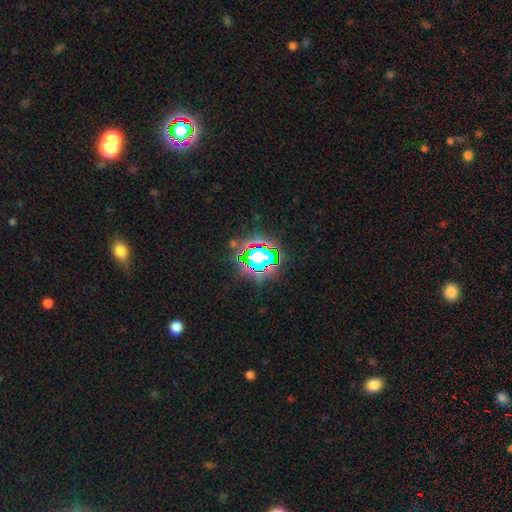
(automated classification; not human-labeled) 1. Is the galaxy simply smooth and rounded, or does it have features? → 61% star or artifact, 24% smooth, 15% featured or disk.